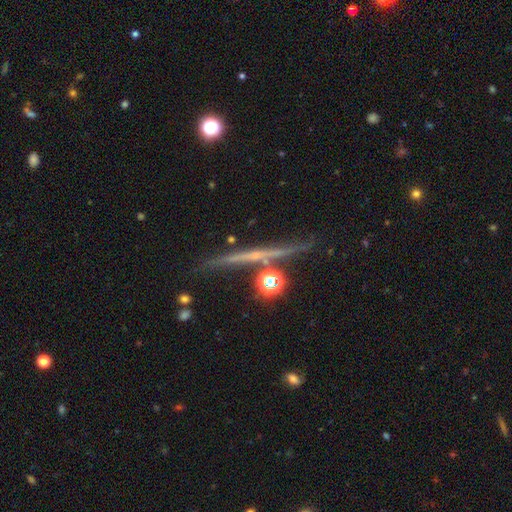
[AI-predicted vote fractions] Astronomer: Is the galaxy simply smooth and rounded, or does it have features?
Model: featured or disk — 65%.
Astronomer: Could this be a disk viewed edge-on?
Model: yes — 96%.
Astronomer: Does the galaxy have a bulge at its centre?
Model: none — 71%.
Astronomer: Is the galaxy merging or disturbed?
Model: none — 82%.